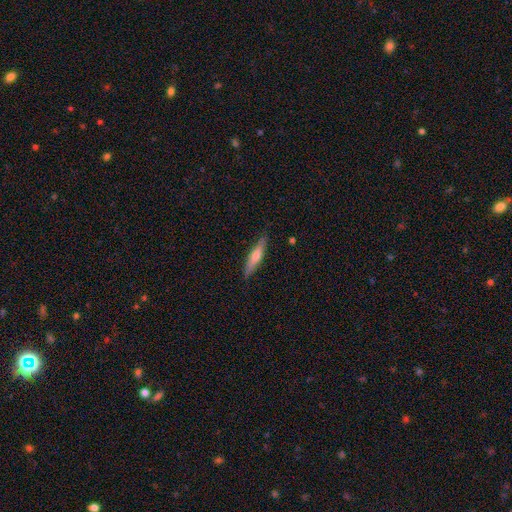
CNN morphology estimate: This appears to be a smooth galaxy with no disk features (48%). Merging: none (88%).